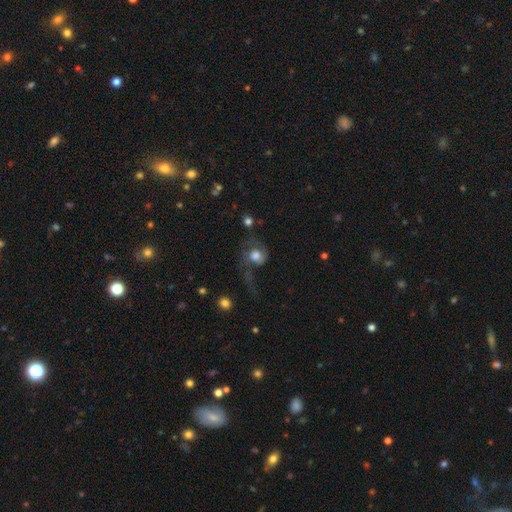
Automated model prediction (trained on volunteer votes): A smooth galaxy with no disk features (50%) that is round (71%).

Vote fractions:
- Smooth or featured? smooth: 50% / featured or disk: 40% / star or artifact: 10%
- How rounded? round: 71% / in between: 28% / cigar-shaped: 1%
- Merging? major disturbance: 53% / none: 26% / minor disturbance: 15% / merger: 6%